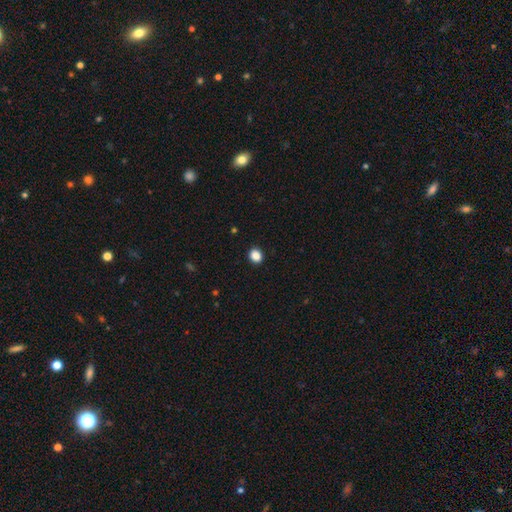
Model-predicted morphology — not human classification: This appears to be a smooth galaxy with no disk features (87%) that is round (63%). Merging: none (92%).